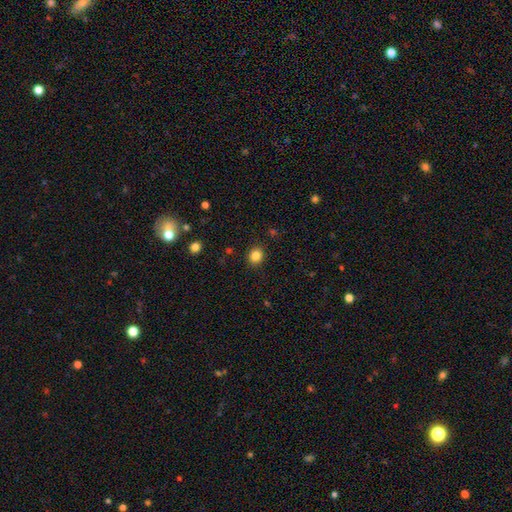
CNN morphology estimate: A smooth galaxy with no disk features (84%) that is round (74%).

Vote fractions:
- Smooth or featured? smooth: 84% / star or artifact: 11% / featured or disk: 4%
- How rounded? round: 74% / in between: 25% / cigar-shaped: 1%
- Merging? none: 89% / minor disturbance: 8% / major disturbance: 2% / merger: 1%